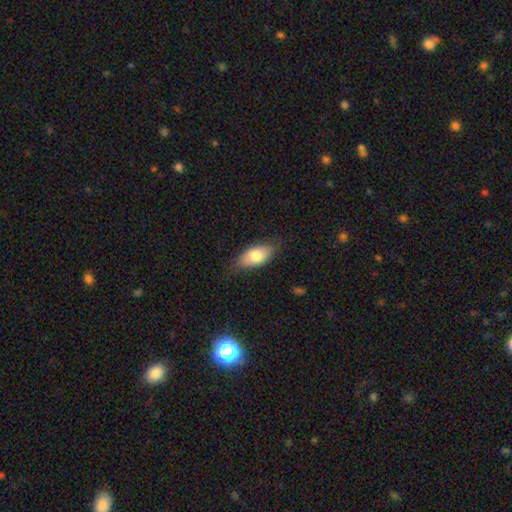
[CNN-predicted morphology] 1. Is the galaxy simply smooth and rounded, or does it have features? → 77% smooth, 17% featured or disk, 6% star or artifact.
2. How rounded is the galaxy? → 90% in between, 6% cigar-shaped, 4% round.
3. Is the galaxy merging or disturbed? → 77% none, 18% minor disturbance, 4% major disturbance, 1% merger.